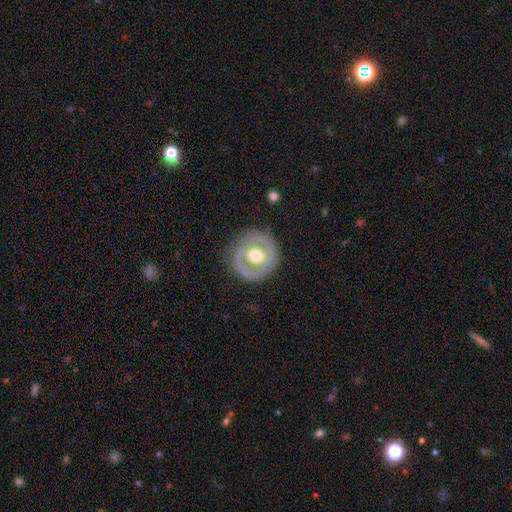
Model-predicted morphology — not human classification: The model was most divided on "spiral arms": no: 64%, yes: 36%. More confident: edge-on disk — no (96%); merging — none (82%); bulge size — moderate (67%); smooth or featured — featured or disk (66%); bar — no (65%).